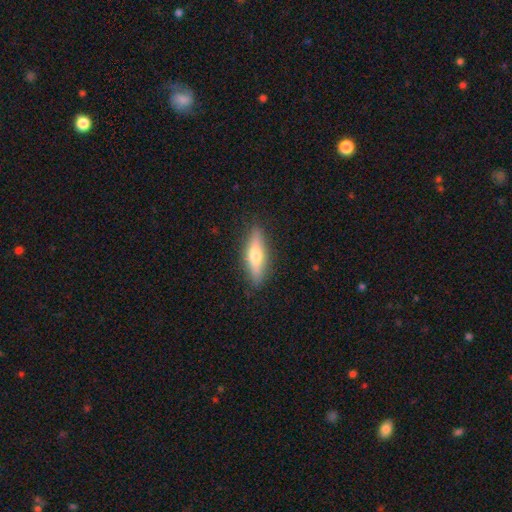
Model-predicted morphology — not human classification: A smooth galaxy with no disk features (54%) that is cigar-shaped (59%). Merging: none (87%).